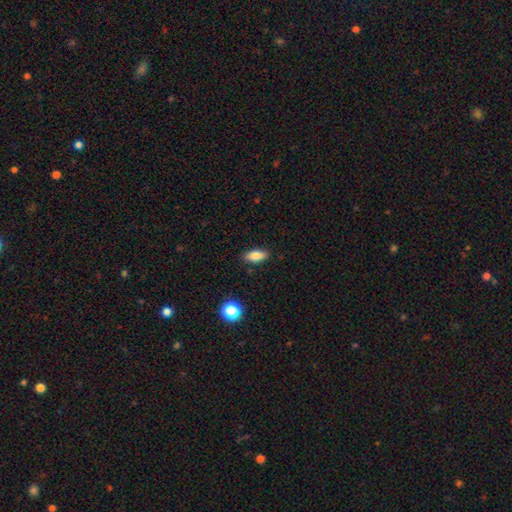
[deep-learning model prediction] The model was most divided on "how rounded": in between: 82%, cigar-shaped: 14%, round: 4%. More confident: merging — none (88%); smooth or featured — smooth (83%).